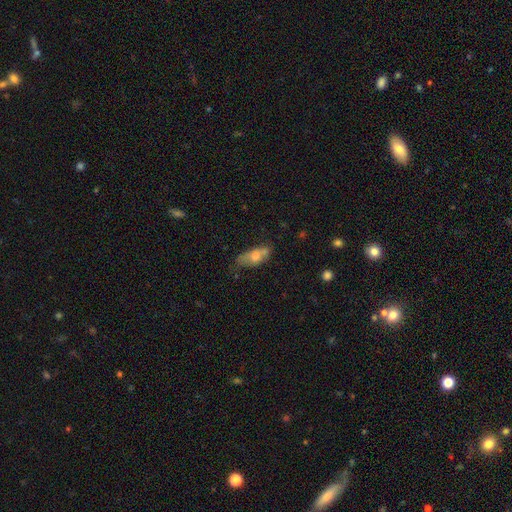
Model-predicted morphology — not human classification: smooth-or-featured: smooth: 67% | featured or disk: 24% | star or artifact: 9%
  how-rounded: in between: 76% | cigar-shaped: 20% | round: 4%
  merging: none: 41% | minor disturbance: 31% | major disturbance: 16% | merger: 13%